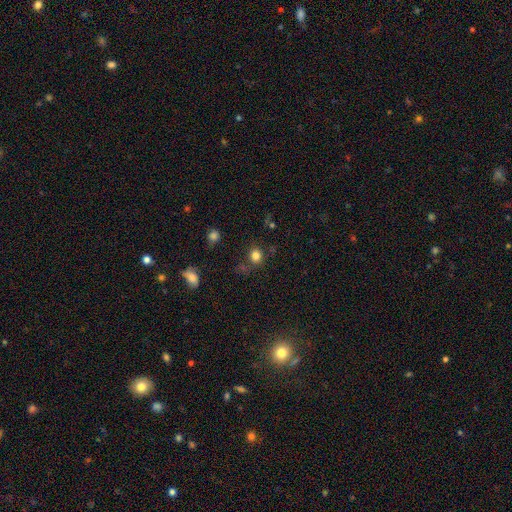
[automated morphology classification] smooth 81%, star or artifact 14%, featured or disk 5%. Down the decision tree: how rounded — round (79%); merging — none (77%).